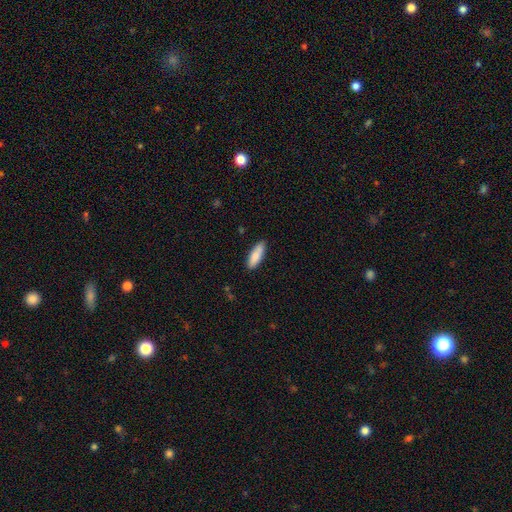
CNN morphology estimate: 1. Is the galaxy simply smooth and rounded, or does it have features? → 86% smooth, 8% featured or disk, 6% star or artifact.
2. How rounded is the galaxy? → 56% in between, 42% cigar-shaped, 2% round.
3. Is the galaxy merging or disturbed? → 84% none, 13% minor disturbance, 2% major disturbance, 1% merger.